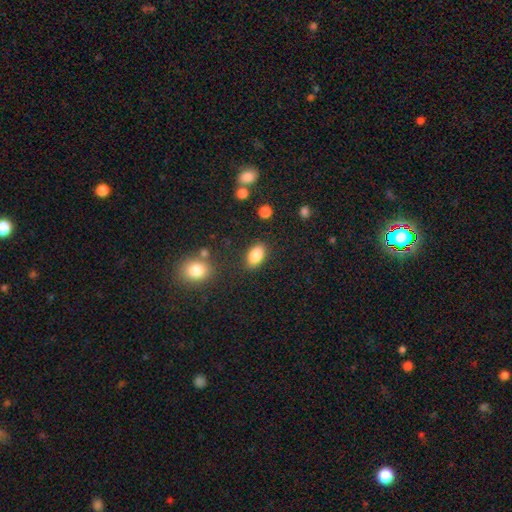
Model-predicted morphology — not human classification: Smooth or featured? Predicted: smooth (p=0.86). How rounded? Predicted: in between (p=0.90). Merging? Predicted: none (p=0.84).